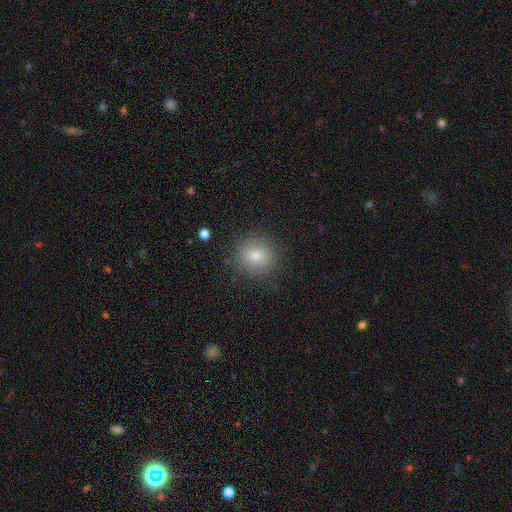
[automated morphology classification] This appears to be a smooth galaxy with no disk features (78%) that is round (90%). Merging: none (88%).